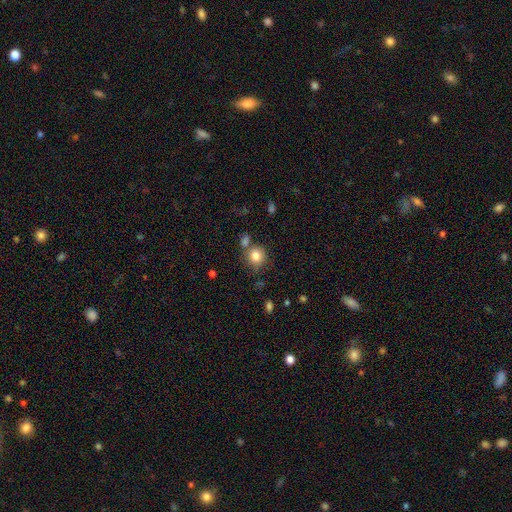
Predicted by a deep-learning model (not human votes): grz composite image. It shows a smooth galaxy with no disk features (81%) that is round (88%). Merging: none (67%).